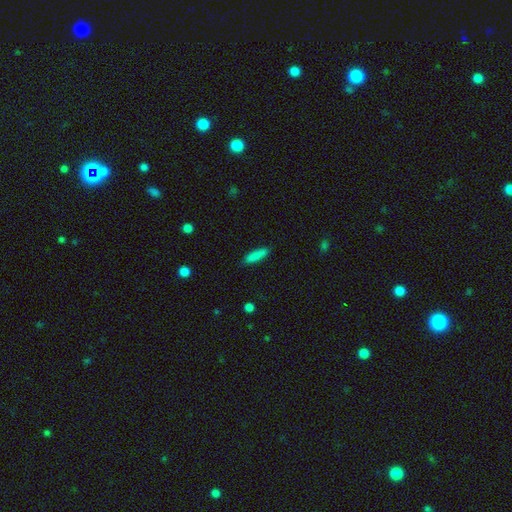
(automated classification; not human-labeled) Overall: smooth (86%). How rounded: cigar-shaped (75%). Merging: none (87%).